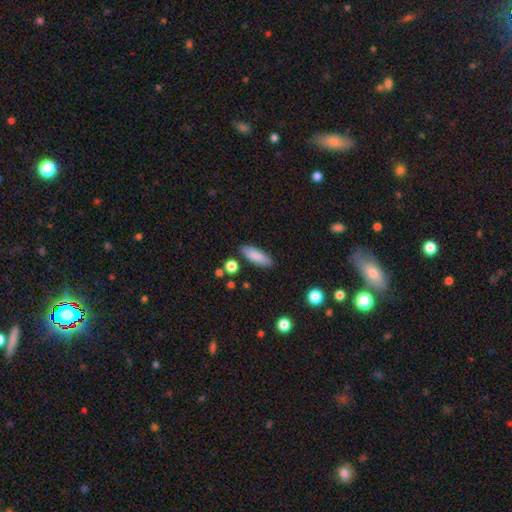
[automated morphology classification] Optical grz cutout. It shows a smooth galaxy with no disk features (86%) that is in between round and cigar-shaped (59%). Merging: none (85%).